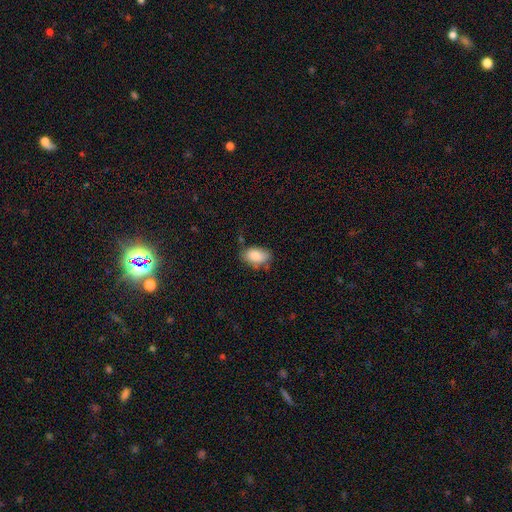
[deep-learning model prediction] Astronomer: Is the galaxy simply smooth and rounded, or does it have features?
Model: smooth — 85%.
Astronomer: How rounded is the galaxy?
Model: in between — 91%.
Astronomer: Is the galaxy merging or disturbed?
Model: none — 65%.